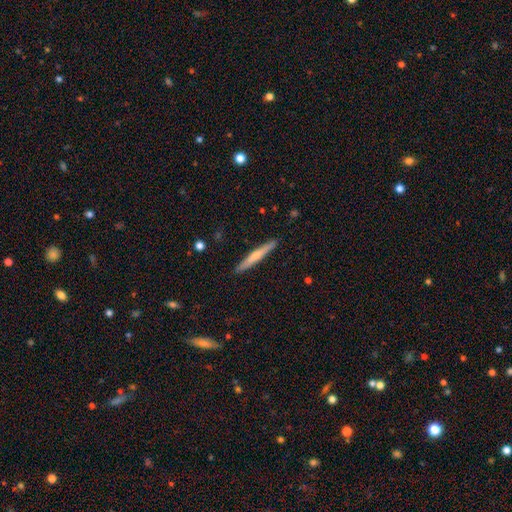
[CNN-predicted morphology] The model was most divided on "smooth or featured": smooth: 49%, featured or disk: 46%, star or artifact: 5%. More confident: merging — none (91%).